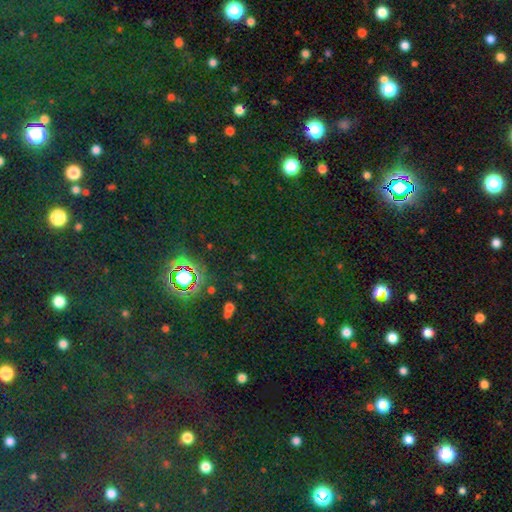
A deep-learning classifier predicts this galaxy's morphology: The model was most divided on "smooth or featured": star or artifact: 78%, smooth: 15%, featured or disk: 7%.